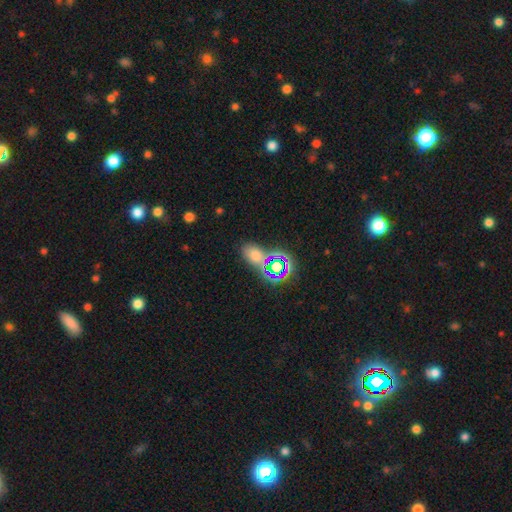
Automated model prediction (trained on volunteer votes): Morphology: type=smooth (57%); roundness=in between (76%); merging=none (60%).